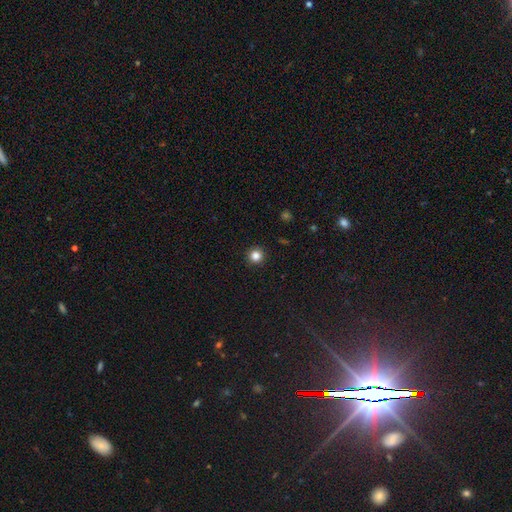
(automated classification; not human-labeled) This is clearly a smooth galaxy (83%). How rounded: clearly round (95%). Merging: clearly none (93%).